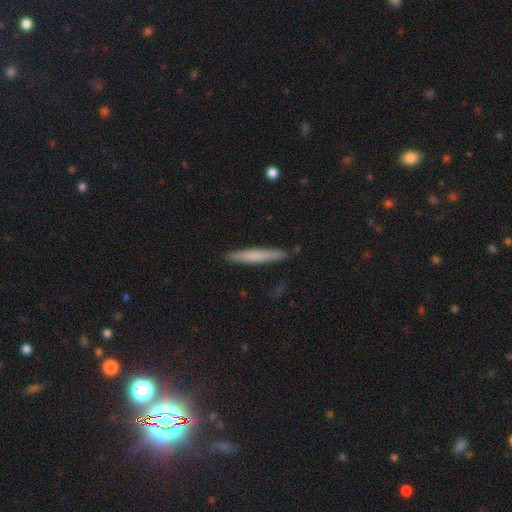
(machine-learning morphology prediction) A smooth galaxy with no disk features (64%) that is cigar-shaped (96%). Merging: none (90%).